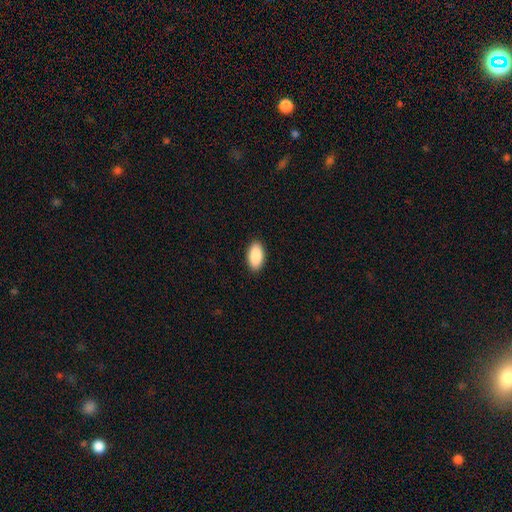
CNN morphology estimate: smooth-or-featured: smooth: 91% | star or artifact: 6% | featured or disk: 3%
  how-rounded: in between: 95% | cigar-shaped: 3% | round: 2%
  merging: none: 91% | minor disturbance: 7% | major disturbance: 2% | merger: 1%